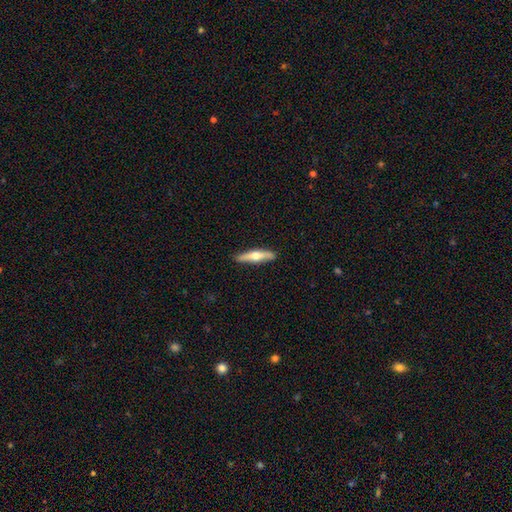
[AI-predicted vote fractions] Morphology: type=featured or disk (52%); edge-on=yes (93%); merging=none (89%).